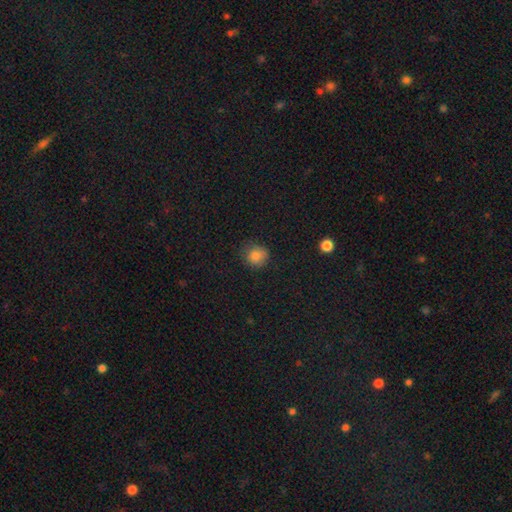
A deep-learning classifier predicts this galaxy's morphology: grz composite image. It shows a smooth galaxy with no disk features (83%) that is round (85%). Merging: none (76%).